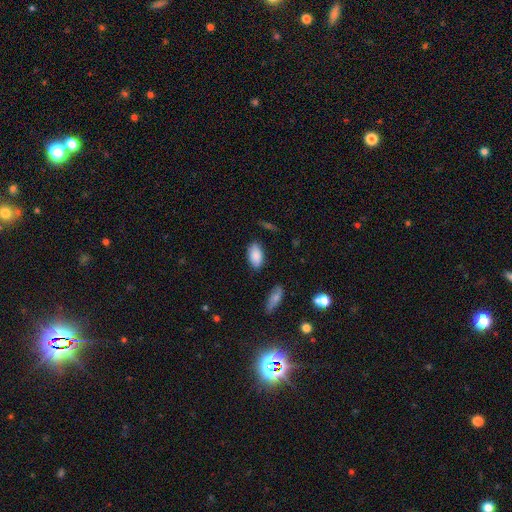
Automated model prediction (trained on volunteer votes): Overall: smooth (87%). How rounded: in between (94%). Merging: none (84%).